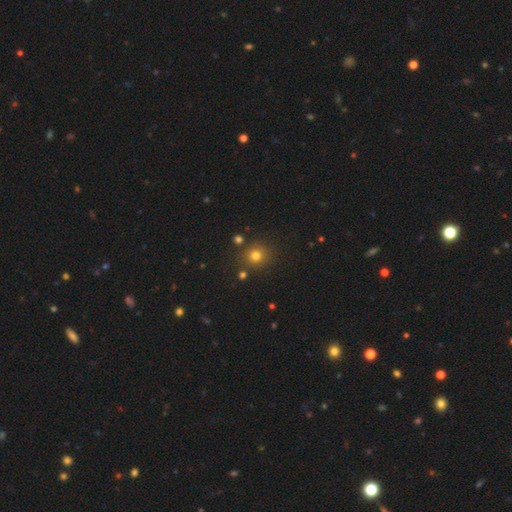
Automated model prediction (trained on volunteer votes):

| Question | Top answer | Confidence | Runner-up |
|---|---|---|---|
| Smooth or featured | smooth | 76% | star or artifact (18%) |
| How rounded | round | 88% | in between (12%) |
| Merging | none | 83% | minor disturbance (8%) |